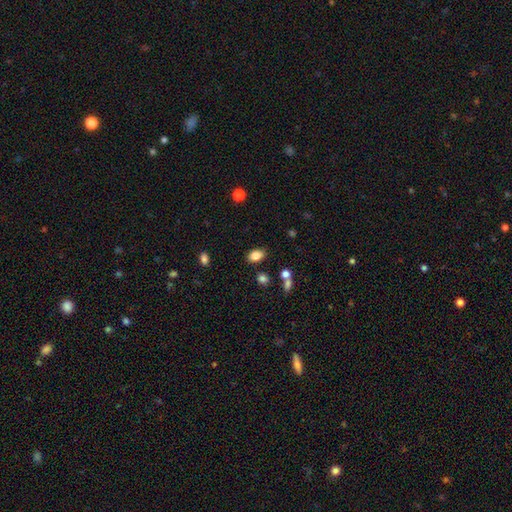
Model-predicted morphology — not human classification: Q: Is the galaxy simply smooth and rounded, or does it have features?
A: smooth — 84%.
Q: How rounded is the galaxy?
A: in between — 84%.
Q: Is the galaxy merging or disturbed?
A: none — 82%.